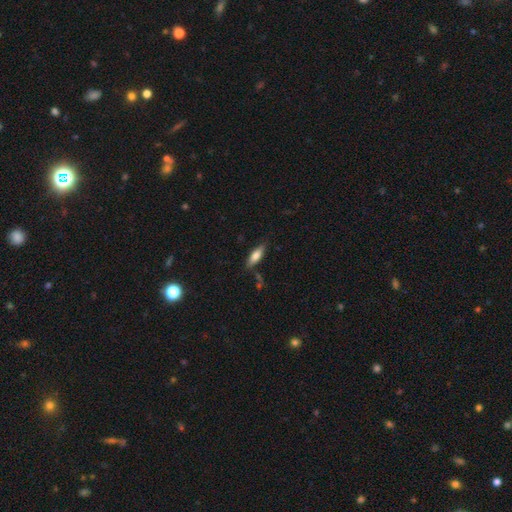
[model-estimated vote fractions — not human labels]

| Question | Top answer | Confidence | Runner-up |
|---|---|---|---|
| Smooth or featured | smooth | 69% | featured or disk (24%) |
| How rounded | in between | 55% | cigar-shaped (43%) |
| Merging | none | 78% | minor disturbance (15%) |